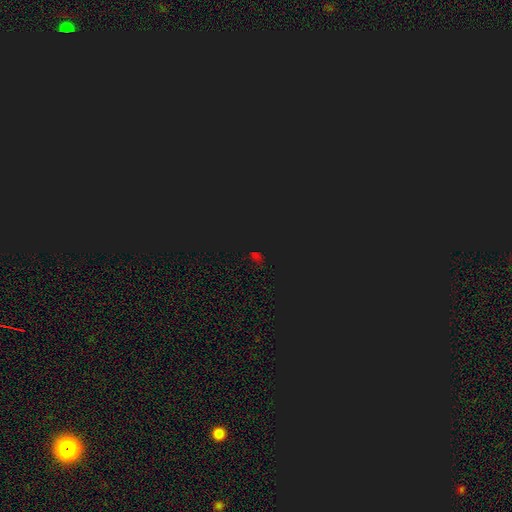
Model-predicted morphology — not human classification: Q: Smooth or featured?
A: star or artifact (71%); runner-up: smooth (23%)